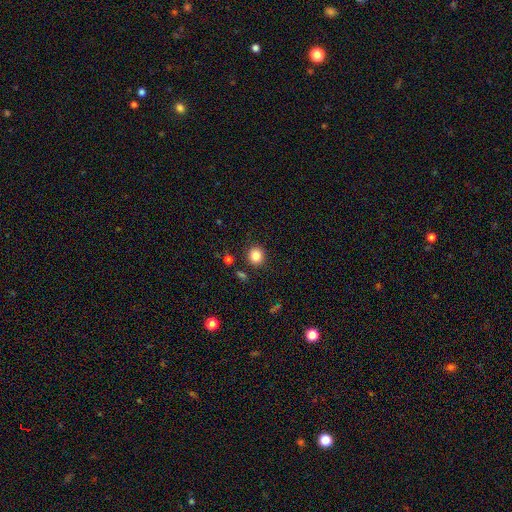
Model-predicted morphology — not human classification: smooth_or_featured: smooth (p=0.84) [alt: star or artifact p=0.11]
how_rounded: round (p=0.88) [alt: in between p=0.11]
merging: none (p=0.88) [alt: minor disturbance p=0.07]